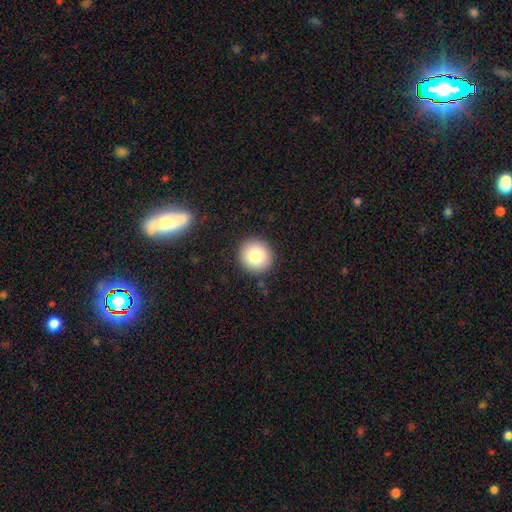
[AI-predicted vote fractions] A smooth galaxy with no disk features (80%) that is round (94%). Merging: none (91%).